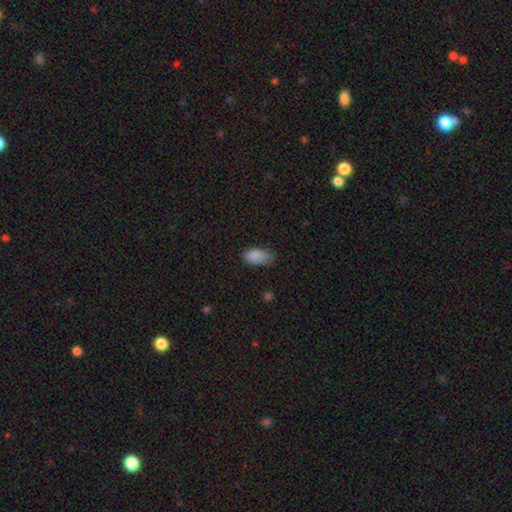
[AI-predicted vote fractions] A smooth galaxy with no disk features (87%) that is in between round and cigar-shaped (93%).

Vote fractions:
- Smooth or featured? smooth: 87% / star or artifact: 8% / featured or disk: 5%
- How rounded? in between: 93% / round: 4% / cigar-shaped: 3%
- Merging? none: 62% / minor disturbance: 30% / major disturbance: 6% / merger: 2%